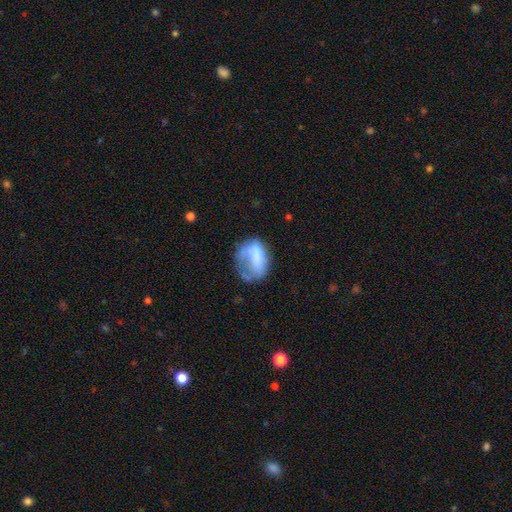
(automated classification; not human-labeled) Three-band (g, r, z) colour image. It shows a smooth galaxy with no disk features (62%) that is in between round and cigar-shaped (68%). Merging: major disturbance (38%).